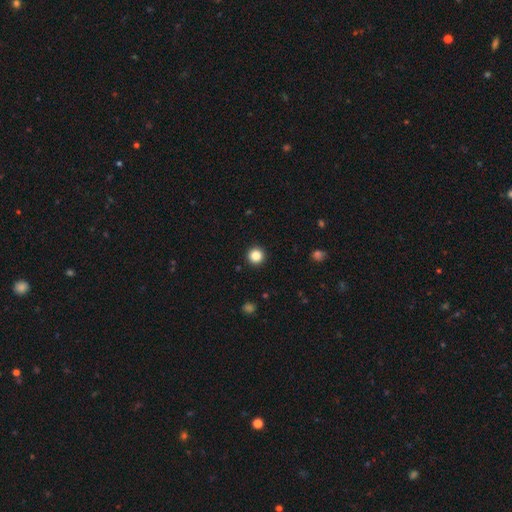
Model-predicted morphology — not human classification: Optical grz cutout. It shows a smooth galaxy with no disk features (85%) that is round (96%). Merging: none (93%).